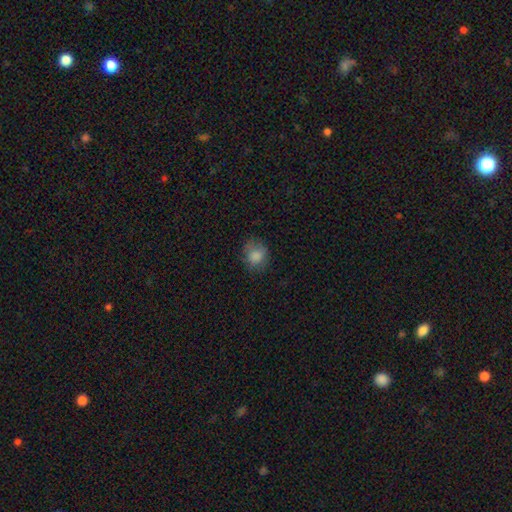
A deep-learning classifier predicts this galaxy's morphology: smooth-or-featured: smooth: 80% | star or artifact: 10% | featured or disk: 10%
  how-rounded: round: 68% | in between: 31% | cigar-shaped: 1%
  merging: none: 65% | minor disturbance: 23% | major disturbance: 10% | merger: 1%